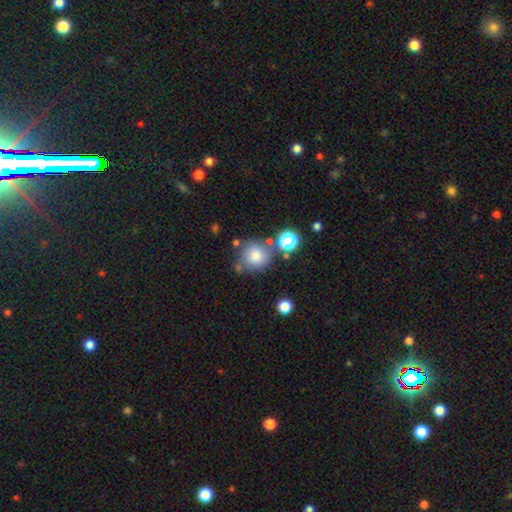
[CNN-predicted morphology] Smooth or featured? Predicted: smooth (p=0.78). How rounded? Predicted: round (p=0.89). Merging? Predicted: none (p=0.68).